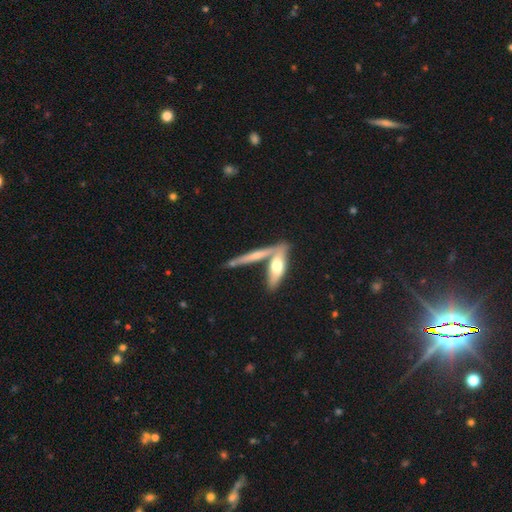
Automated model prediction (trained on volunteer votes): The model was most divided on "smooth or featured": featured or disk: 50%, smooth: 44%, star or artifact: 6%. More confident: merging — none (52%).